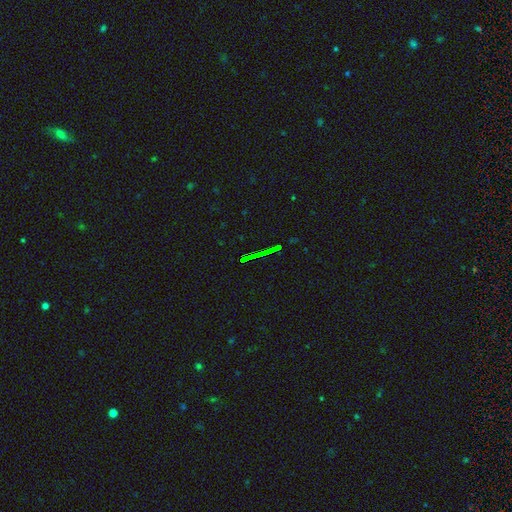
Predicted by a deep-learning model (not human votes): This appears to be a star or artifact, not a galaxy (59%).